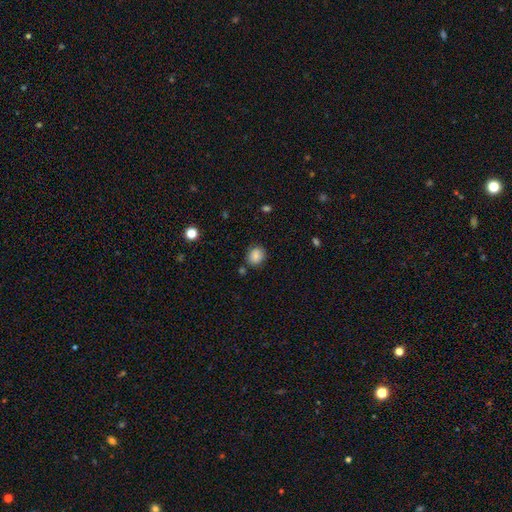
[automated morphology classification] Smooth or featured: smooth — 83% (star or artifact — 9%)
How rounded: round — 70% (in between — 29%)
Merging: none — 79% (minor disturbance — 14%)